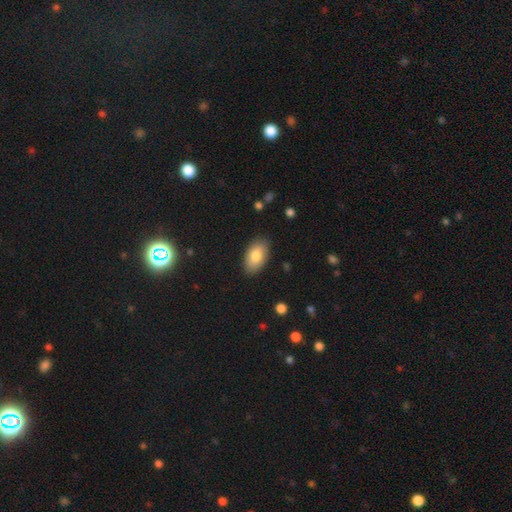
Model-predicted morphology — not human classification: The model was most divided on "smooth or featured": smooth: 82%, featured or disk: 12%, star or artifact: 6%. More confident: how rounded — in between (94%); merging — none (85%).